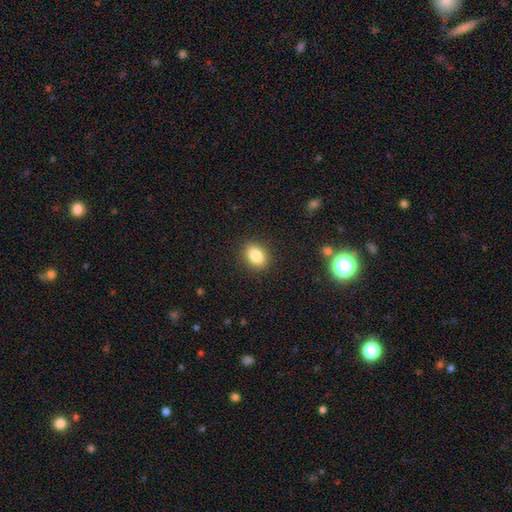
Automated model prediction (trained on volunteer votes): Smooth or featured? Predicted: smooth (p=0.84). How rounded? Predicted: in between (p=0.74). Merging? Predicted: none (p=0.89).